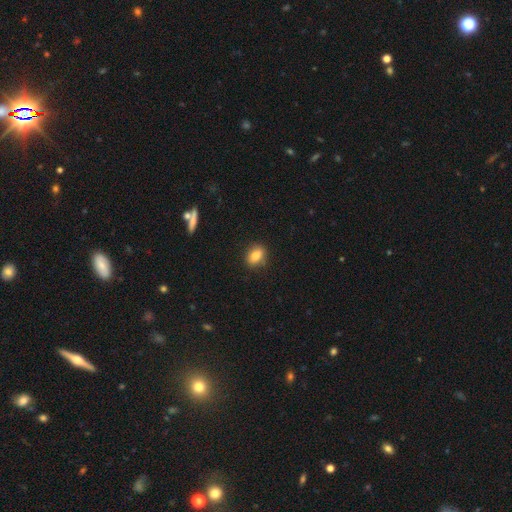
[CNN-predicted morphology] This is clearly a smooth galaxy (85%). How rounded: likely in between (74%). Merging: clearly none (84%).